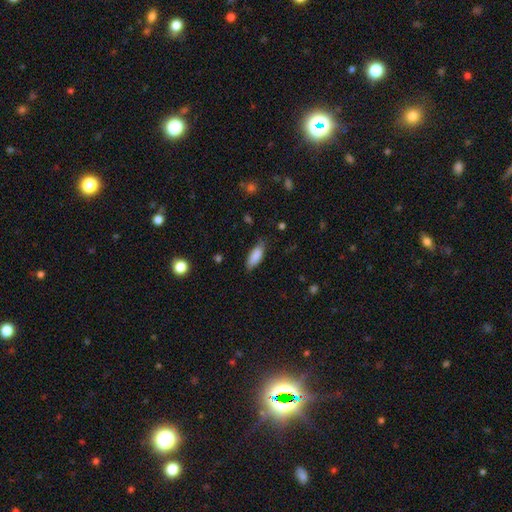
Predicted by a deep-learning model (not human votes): smooth 86%, featured or disk 7%, star or artifact 7%. Down the decision tree: how rounded — in between (72%); merging — none (77%).